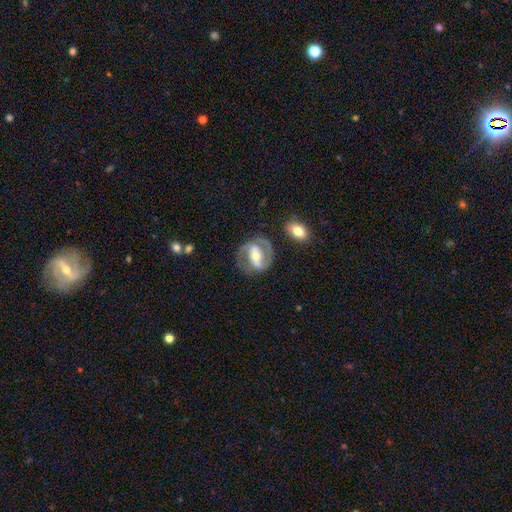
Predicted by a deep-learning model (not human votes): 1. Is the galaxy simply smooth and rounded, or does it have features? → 83% featured or disk, 12% smooth, 5% star or artifact.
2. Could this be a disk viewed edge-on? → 97% no, 3% yes.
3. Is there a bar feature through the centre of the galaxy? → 54% strong, 28% weak, 18% no.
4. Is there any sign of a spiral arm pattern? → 89% yes, 11% no.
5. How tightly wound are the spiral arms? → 50% medium, 36% tight, 14% loose.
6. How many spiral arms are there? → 87% 2, 5% can't tell, 4% 1, 1% 3, 1% 4, 1% more than 4.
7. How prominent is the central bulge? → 55% moderate, 37% small, 5% large, 1% none, 1% dominant.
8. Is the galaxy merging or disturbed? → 74% none, 14% minor disturbance, 9% major disturbance, 3% merger.